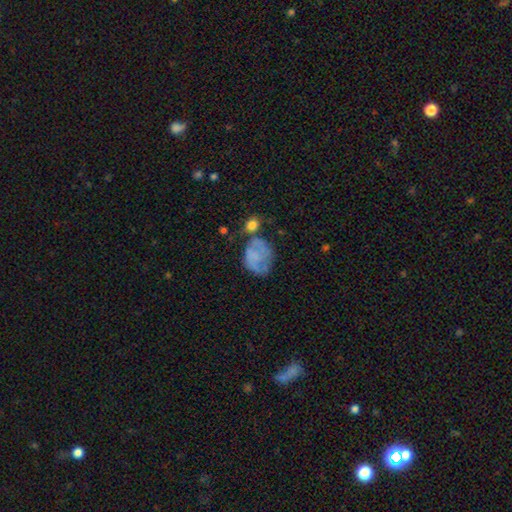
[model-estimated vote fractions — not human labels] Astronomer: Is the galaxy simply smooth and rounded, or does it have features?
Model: smooth — 52% (runner-up: featured or disk, 37%).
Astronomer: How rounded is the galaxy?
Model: in between — 62%.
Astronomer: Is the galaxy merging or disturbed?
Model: none — 36% (runner-up: minor disturbance, 27%).